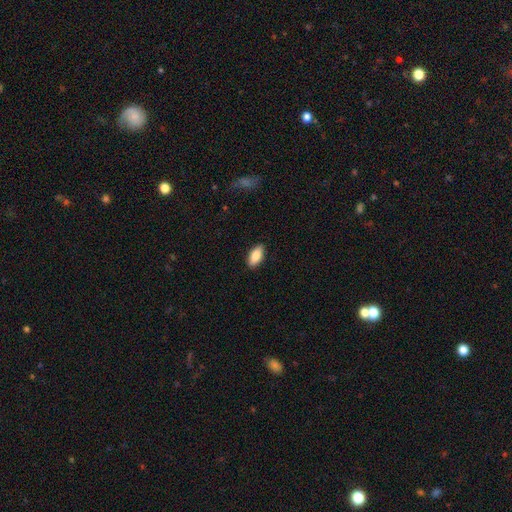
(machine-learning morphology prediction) A smooth galaxy with no disk features (86%) that is in between round and cigar-shaped (88%).

Vote fractions:
- Smooth or featured? smooth: 86% / featured or disk: 8% / star or artifact: 6%
- How rounded? in between: 88% / cigar-shaped: 9% / round: 2%
- Merging? none: 88% / minor disturbance: 9% / major disturbance: 2% / merger: 1%